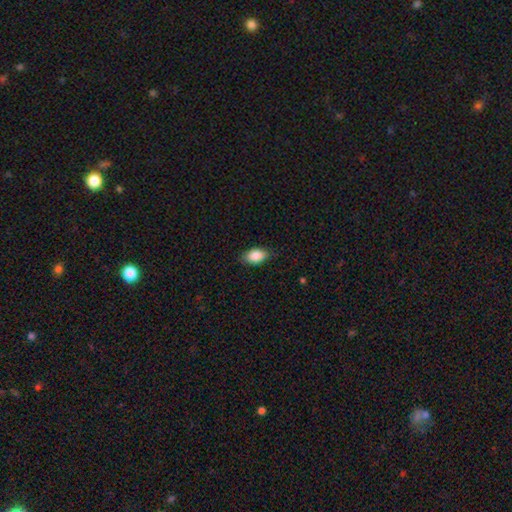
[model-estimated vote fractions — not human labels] This is clearly a smooth galaxy (88%). How rounded: clearly in between (90%). Merging: likely none (80%).